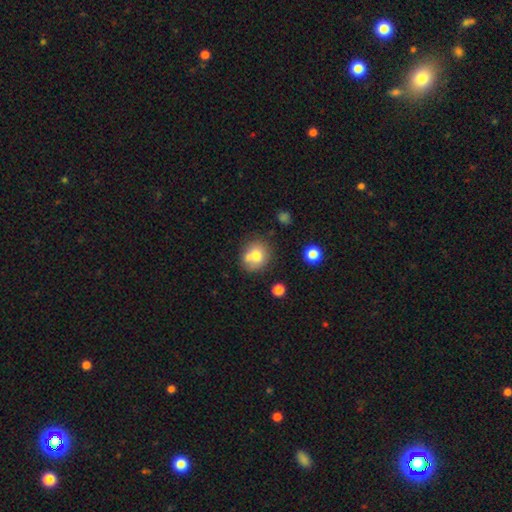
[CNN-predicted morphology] type=smooth (71%); roundness=round (76%); merging=none (54%).